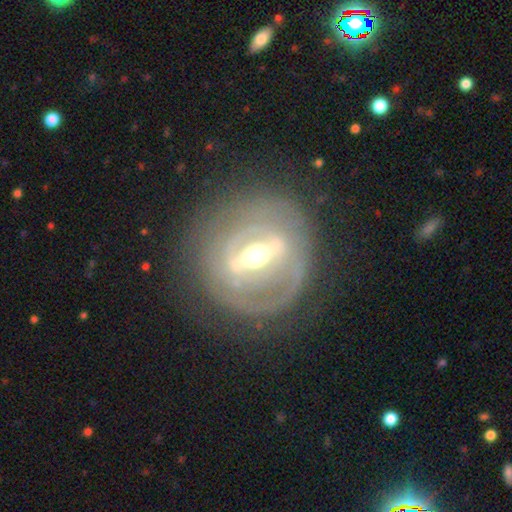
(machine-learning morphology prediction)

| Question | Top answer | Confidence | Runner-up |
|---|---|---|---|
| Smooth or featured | featured or disk | 84% | smooth (10%) |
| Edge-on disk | no | 85% | yes (15%) |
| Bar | strong | 76% | weak (18%) |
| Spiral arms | yes | 58% | no (42%) |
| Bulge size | moderate | 68% | small (20%) |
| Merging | none | 78% | minor disturbance (13%) |